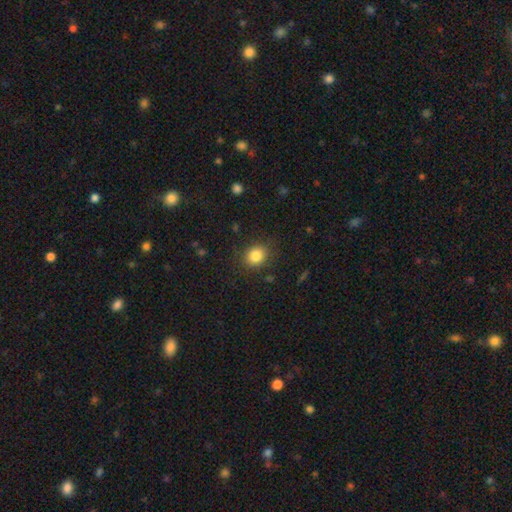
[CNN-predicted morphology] This appears to be a smooth galaxy with no disk features (84%) that is round (70%). Merging: none (84%).